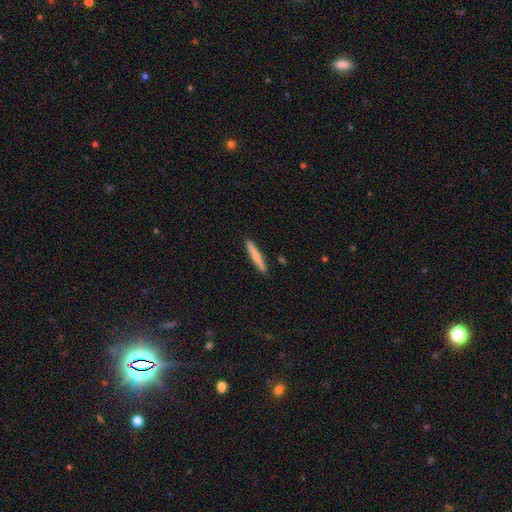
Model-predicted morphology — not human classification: Q: Smooth or featured?
A: smooth (70%); runner-up: featured or disk (25%)
Q: How rounded?
A: cigar-shaped (95%); runner-up: in between (4%)
Q: Merging?
A: none (91%); runner-up: minor disturbance (6%)